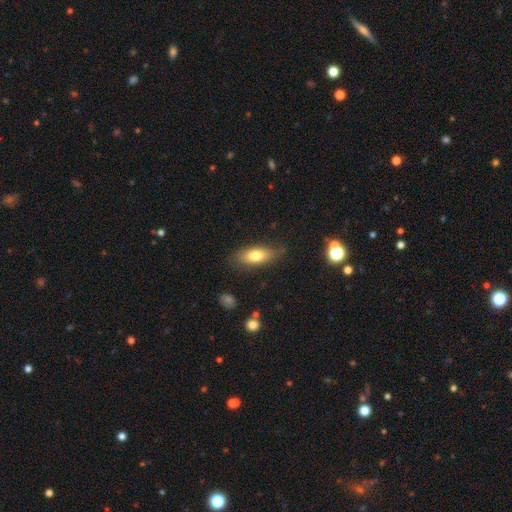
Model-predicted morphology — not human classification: smooth_or_featured: smooth (p=0.76) [alt: featured or disk p=0.17]
how_rounded: in between (p=0.78) [alt: cigar-shaped p=0.19]
merging: none (p=0.78) [alt: minor disturbance p=0.17]